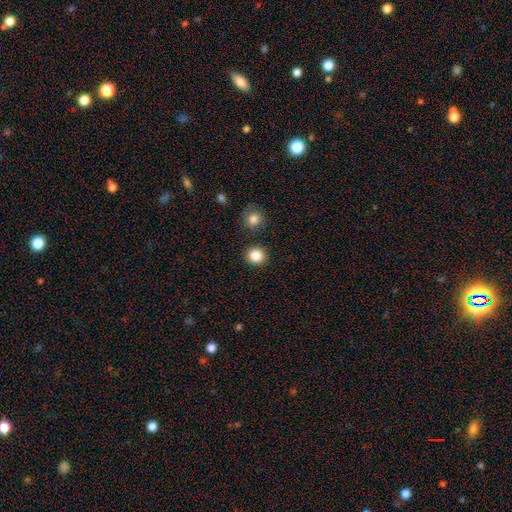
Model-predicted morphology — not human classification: This appears to be a smooth galaxy with no disk features (87%) that is round (87%). Merging: none (87%).